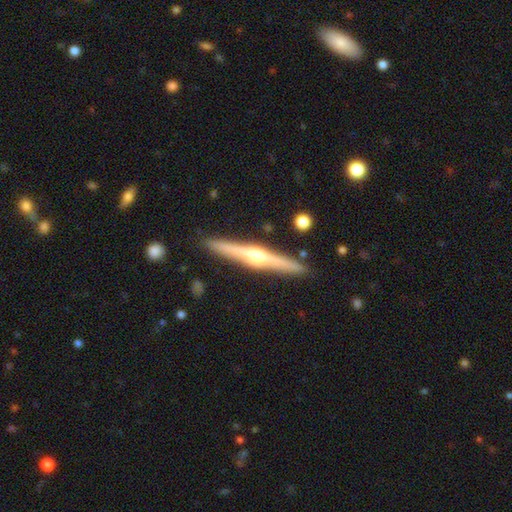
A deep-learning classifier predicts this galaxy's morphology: Overall: featured or disk (77%). Edge-on disk: yes (98%). Edge-on bulge: rounded (88%). Merging: none (91%).